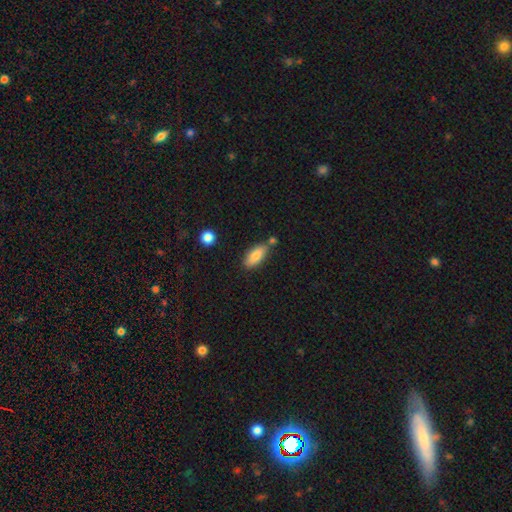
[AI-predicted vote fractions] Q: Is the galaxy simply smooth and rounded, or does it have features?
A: smooth — 81%.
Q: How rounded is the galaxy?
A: in between — 76%.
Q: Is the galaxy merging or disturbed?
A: none — 66%.